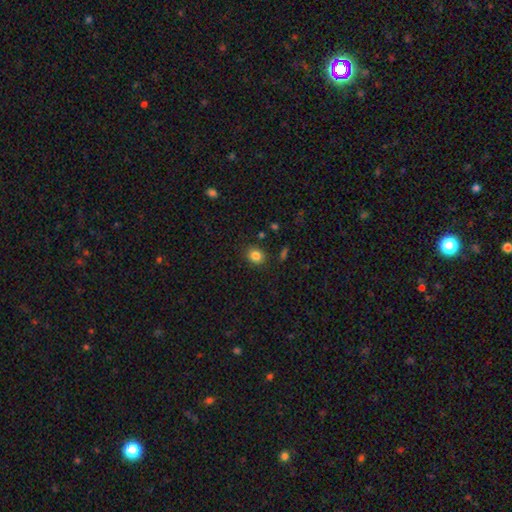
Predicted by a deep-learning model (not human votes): Smooth or featured?
  - smooth: 84% *
  - star or artifact: 11%
  - featured or disk: 5%
How rounded?
  - round: 73% *
  - in between: 26%
  - cigar-shaped: 1%
Merging?
  - none: 87% *
  - minor disturbance: 8%
  - major disturbance: 3%
  - merger: 2%